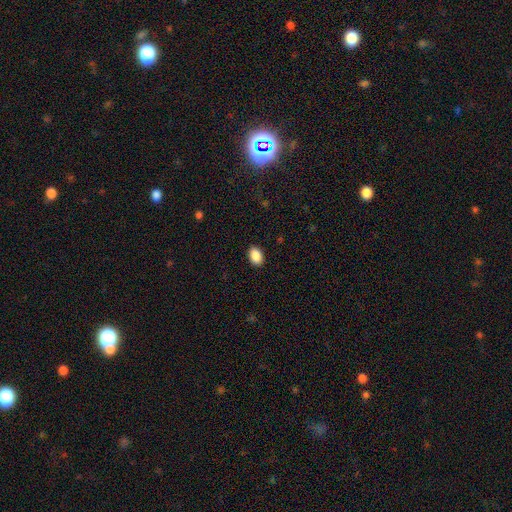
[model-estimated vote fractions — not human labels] Smooth or featured? smooth (90%)
How rounded? in between (86%)
Merging? none (90%)